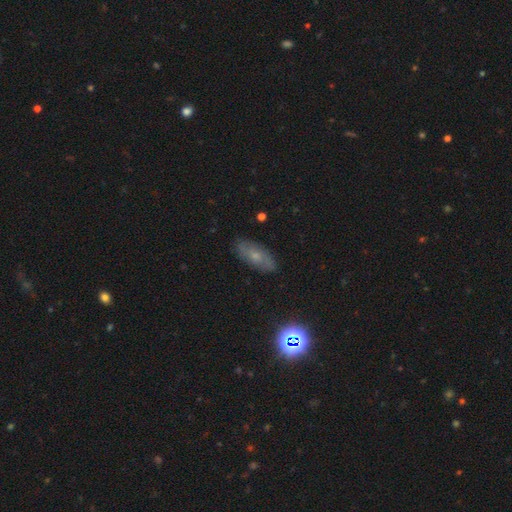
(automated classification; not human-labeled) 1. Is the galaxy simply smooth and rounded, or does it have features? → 51% smooth, 36% featured or disk, 13% star or artifact.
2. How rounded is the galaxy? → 79% in between, 16% cigar-shaped, 5% round.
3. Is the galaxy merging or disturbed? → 83% none, 13% minor disturbance, 3% major disturbance, 1% merger.